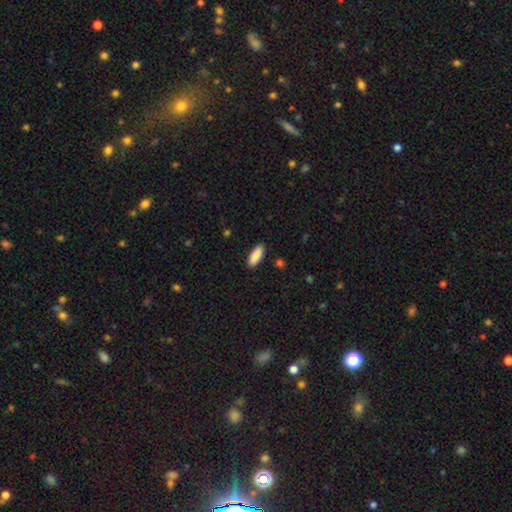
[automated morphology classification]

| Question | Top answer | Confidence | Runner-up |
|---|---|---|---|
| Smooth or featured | smooth | 90% | star or artifact (6%) |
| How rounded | in between | 71% | cigar-shaped (28%) |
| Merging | none | 89% | minor disturbance (8%) |